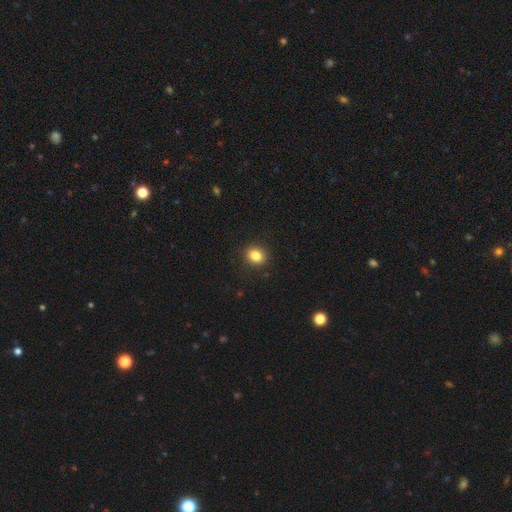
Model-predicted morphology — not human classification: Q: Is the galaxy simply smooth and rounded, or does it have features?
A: smooth — 84%.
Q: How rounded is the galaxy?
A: round — 68%.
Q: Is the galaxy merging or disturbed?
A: none — 91%.